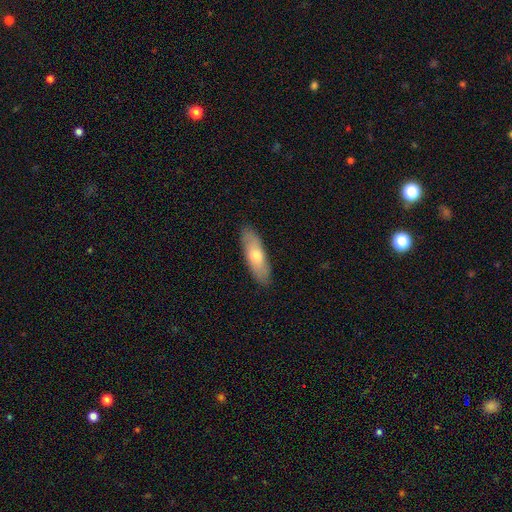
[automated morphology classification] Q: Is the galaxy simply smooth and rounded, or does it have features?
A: smooth — 64%.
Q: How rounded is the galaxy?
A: in between — 55%.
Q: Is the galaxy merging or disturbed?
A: none — 87%.